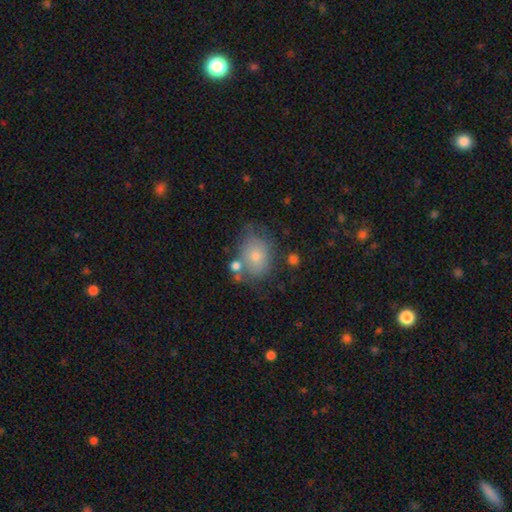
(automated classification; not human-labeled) A smooth galaxy with no disk features (69%) that is in between round and cigar-shaped (56%). Merging: none (56%).